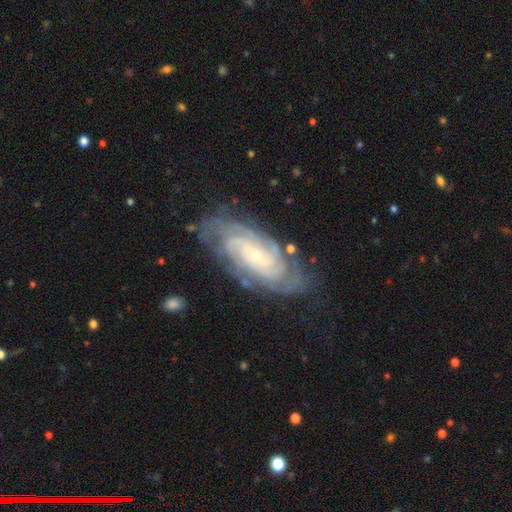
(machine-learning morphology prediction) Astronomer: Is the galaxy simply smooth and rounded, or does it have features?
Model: featured or disk — 88%.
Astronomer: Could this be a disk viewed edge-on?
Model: no — 95%.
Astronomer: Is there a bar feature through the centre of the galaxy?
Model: no — 59%.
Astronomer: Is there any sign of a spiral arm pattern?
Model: yes — 98%.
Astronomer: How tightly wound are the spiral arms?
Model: tight — 76%.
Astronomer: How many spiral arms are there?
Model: can't tell — 24% (runner-up: 4, 23%).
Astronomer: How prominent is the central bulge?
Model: small — 82%.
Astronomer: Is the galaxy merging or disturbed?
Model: none — 76%.